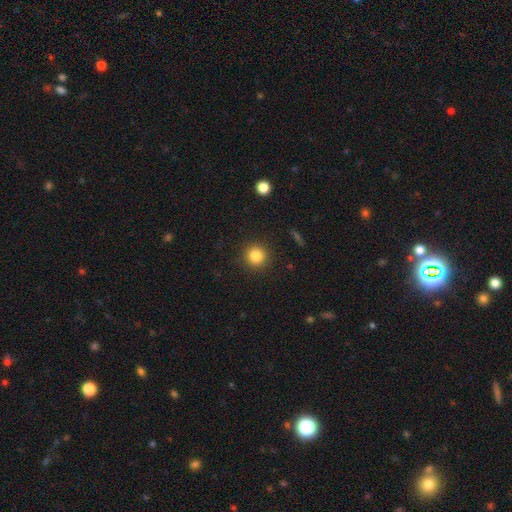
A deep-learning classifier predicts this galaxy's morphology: A smooth galaxy with no disk features (84%) that is round (94%).

Vote fractions:
- Smooth or featured? smooth: 84% / star or artifact: 11% / featured or disk: 5%
- How rounded? round: 94% / in between: 6% / cigar-shaped: 1%
- Merging? none: 91% / minor disturbance: 6% / major disturbance: 2% / merger: 1%